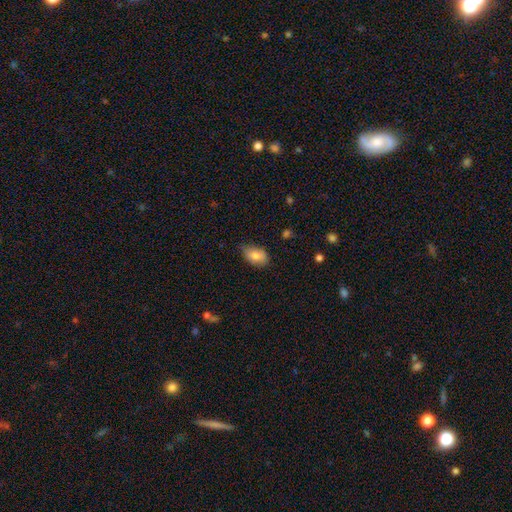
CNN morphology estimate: Q: Smooth or featured?
A: smooth (82%); runner-up: featured or disk (11%)
Q: How rounded?
A: in between (88%); runner-up: round (10%)
Q: Merging?
A: none (67%); runner-up: minor disturbance (28%)